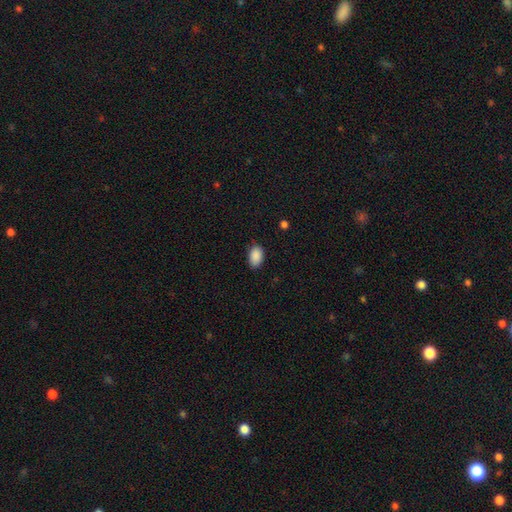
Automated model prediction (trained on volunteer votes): A smooth galaxy with no disk features (90%) that is in between round and cigar-shaped (90%). Merging: none (80%).